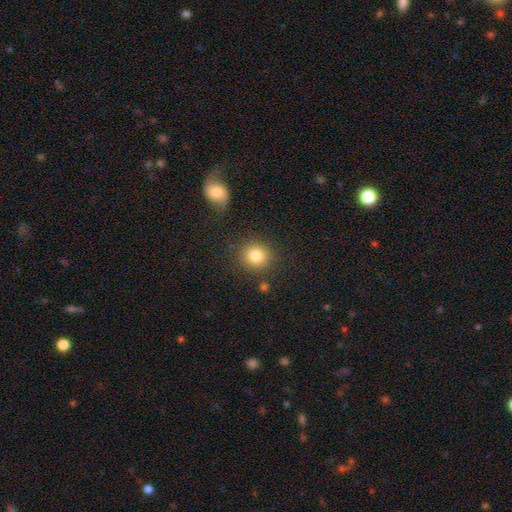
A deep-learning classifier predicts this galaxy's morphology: Smooth or featured? smooth (83%)
How rounded? round (86%)
Merging? none (84%)